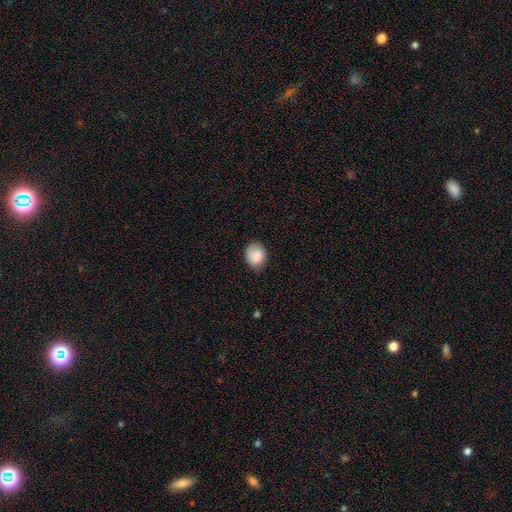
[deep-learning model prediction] Smooth or featured? Predicted: smooth (p=0.87). How rounded? Predicted: round (p=0.54). Merging? Predicted: none (p=0.75).